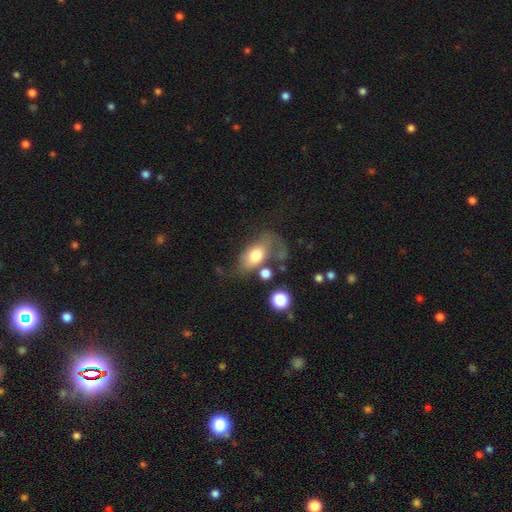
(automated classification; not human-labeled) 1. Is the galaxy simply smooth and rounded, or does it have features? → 66% smooth, 25% featured or disk, 9% star or artifact.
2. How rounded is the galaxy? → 85% in between, 12% round, 3% cigar-shaped.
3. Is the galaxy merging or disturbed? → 34% none, 30% major disturbance, 24% minor disturbance, 11% merger.